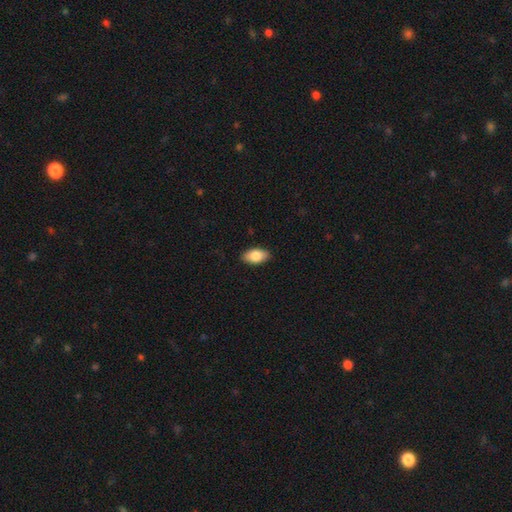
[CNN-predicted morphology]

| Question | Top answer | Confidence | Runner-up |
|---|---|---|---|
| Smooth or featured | smooth | 84% | featured or disk (9%) |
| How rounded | in between | 93% | round (4%) |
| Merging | none | 88% | minor disturbance (9%) |